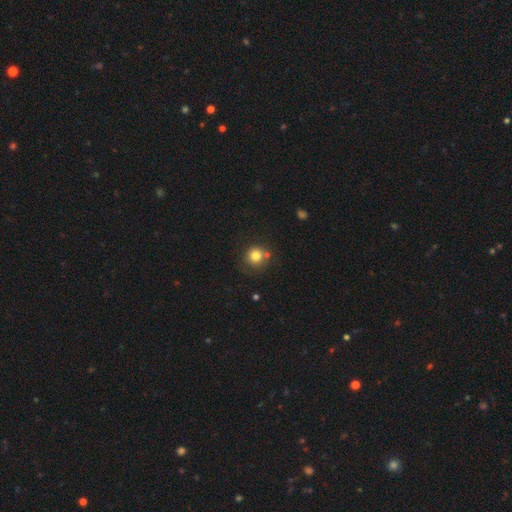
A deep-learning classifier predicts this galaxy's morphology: Smooth or featured: smooth — 80% (star or artifact — 12%)
How rounded: round — 92% (in between — 7%)
Merging: none — 73% (minor disturbance — 12%)